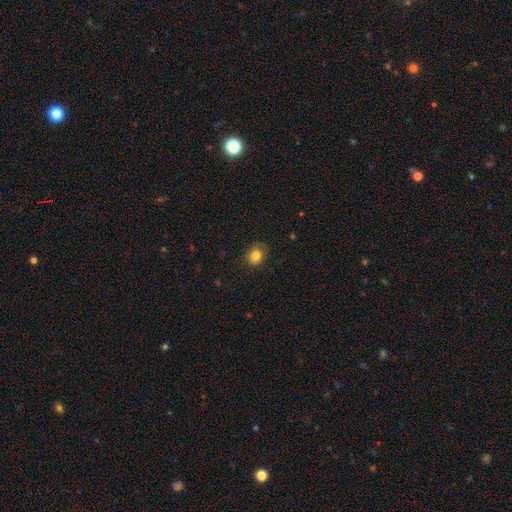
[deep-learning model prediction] smooth-or-featured: smooth: 84% | star or artifact: 10% | featured or disk: 6%
  how-rounded: round: 62% | in between: 37% | cigar-shaped: 1%
  merging: none: 78% | minor disturbance: 17% | major disturbance: 4% | merger: 1%